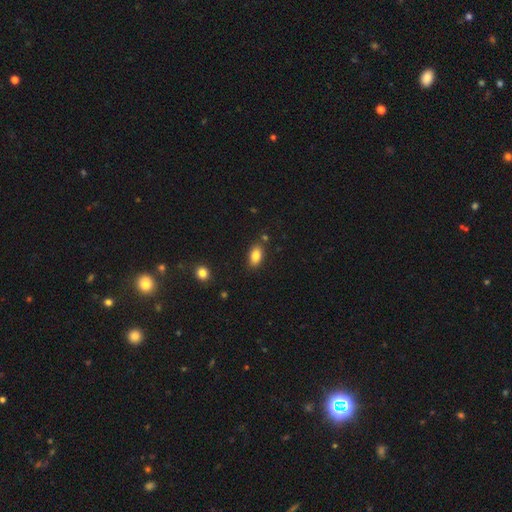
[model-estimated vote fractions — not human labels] A smooth galaxy with no disk features (85%) that is in between round and cigar-shaped (91%). Merging: none (83%).